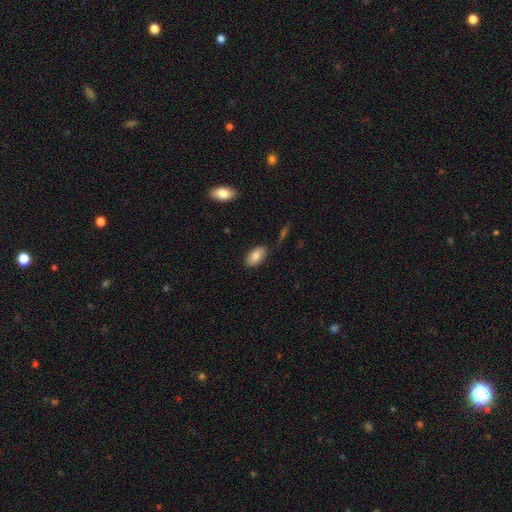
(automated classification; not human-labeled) A smooth galaxy with no disk features (83%) that is in between round and cigar-shaped (94%).

Vote fractions:
- Smooth or featured? smooth: 83% / featured or disk: 10% / star or artifact: 7%
- How rounded? in between: 94% / round: 4% / cigar-shaped: 2%
- Merging? none: 83% / minor disturbance: 12% / merger: 3% / major disturbance: 2%